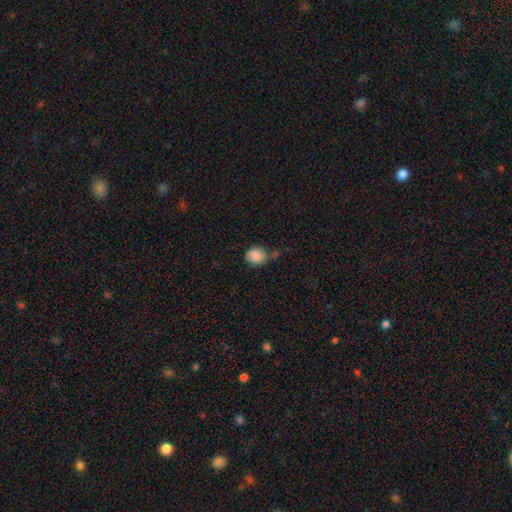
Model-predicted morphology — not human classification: smooth-or-featured: smooth: 85% | star or artifact: 8% | featured or disk: 7%
  how-rounded: round: 80% | in between: 19% | cigar-shaped: 1%
  merging: none: 55% | minor disturbance: 25% | merger: 13% | major disturbance: 7%